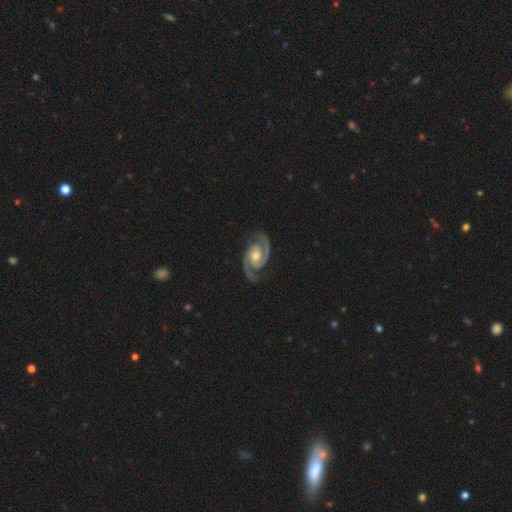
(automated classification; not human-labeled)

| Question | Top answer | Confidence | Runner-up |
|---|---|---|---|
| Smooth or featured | featured or disk | 94% | star or artifact (3%) |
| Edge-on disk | no | 98% | yes (2%) |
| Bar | no | 53% | weak (34%) |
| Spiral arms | yes | 99% | no (1%) |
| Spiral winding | medium | 52% | tight (40%) |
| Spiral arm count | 2 | 94% | 3 (1%) |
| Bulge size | moderate | 62% | small (32%) |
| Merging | none | 84% | minor disturbance (12%) |